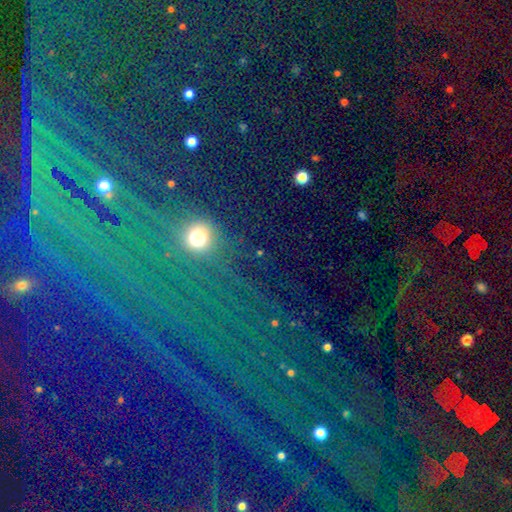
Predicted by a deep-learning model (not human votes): This appears to be a star or artifact, not a galaxy (67%).